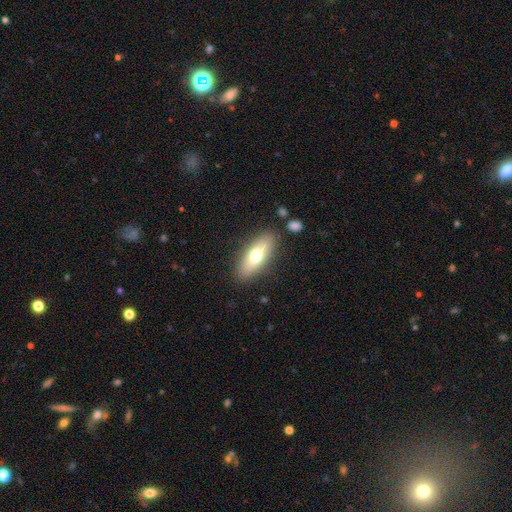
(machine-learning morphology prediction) Smooth or featured?
  - smooth: 66% *
  - featured or disk: 27%
  - star or artifact: 7%
How rounded?
  - in between: 69% *
  - cigar-shaped: 28%
  - round: 3%
Merging?
  - none: 84% *
  - minor disturbance: 11%
  - major disturbance: 3%
  - merger: 3%